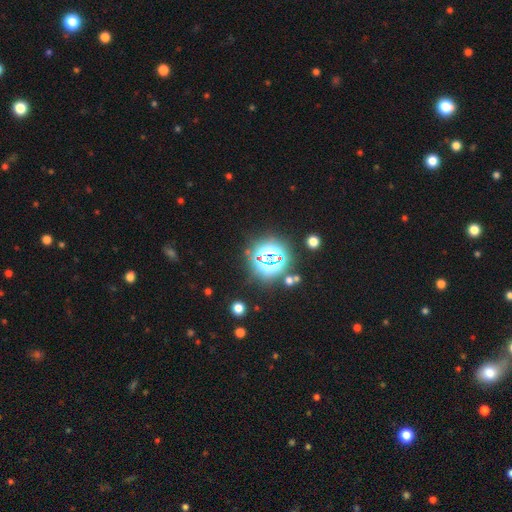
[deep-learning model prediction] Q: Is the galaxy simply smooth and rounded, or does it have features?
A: star or artifact — 82%.